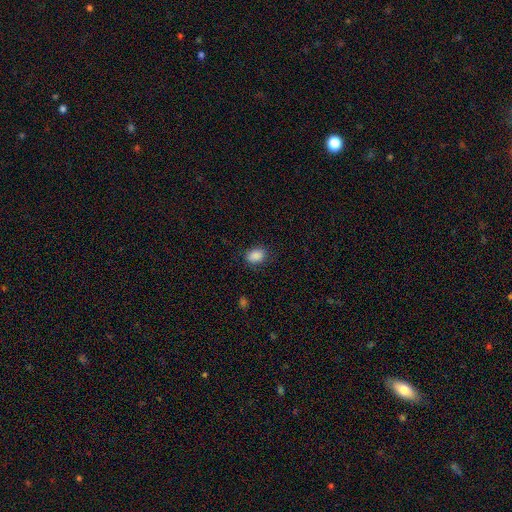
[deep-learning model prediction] smooth_or_featured: smooth (p=0.88) [alt: star or artifact p=0.08]
how_rounded: in between (p=0.71) [alt: round p=0.28]
merging: none (p=0.82) [alt: minor disturbance p=0.13]